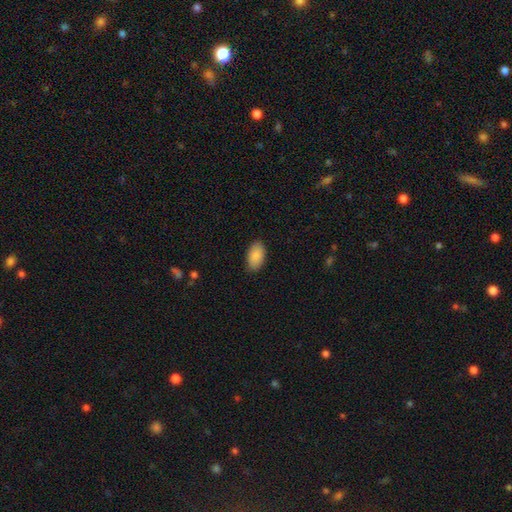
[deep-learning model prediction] Smooth or featured: smooth — 88% (featured or disk — 6%)
How rounded: in between — 95% (round — 4%)
Merging: none — 87% (minor disturbance — 10%)